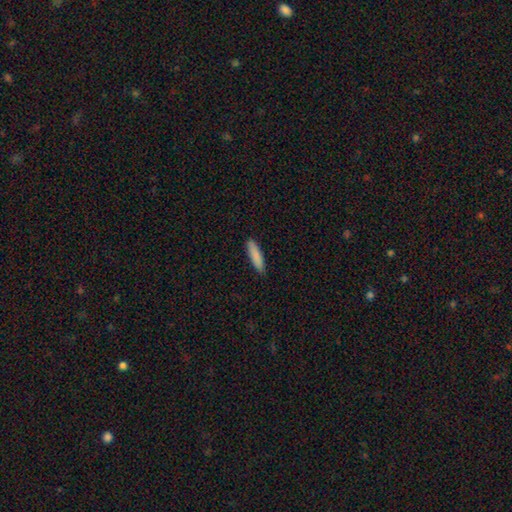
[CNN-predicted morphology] A smooth galaxy with no disk features (88%) that is cigar-shaped (74%).

Vote fractions:
- Smooth or featured? smooth: 88% / featured or disk: 6% / star or artifact: 6%
- How rounded? cigar-shaped: 74% / in between: 24% / round: 1%
- Merging? none: 89% / minor disturbance: 9% / major disturbance: 2% / merger: 1%